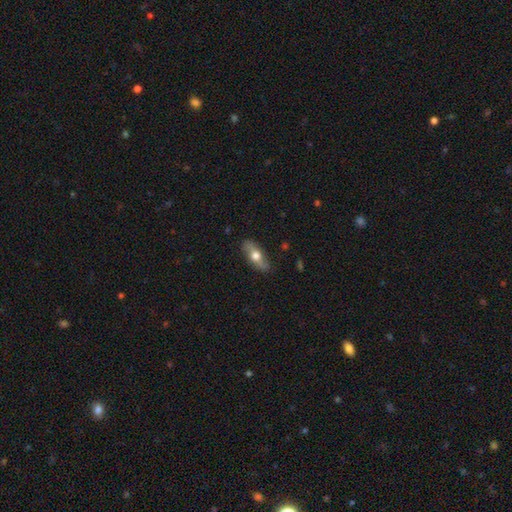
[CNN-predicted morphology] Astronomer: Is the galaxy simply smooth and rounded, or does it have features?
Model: smooth — 50% (runner-up: featured or disk, 44%).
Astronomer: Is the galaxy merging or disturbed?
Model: none — 83%.